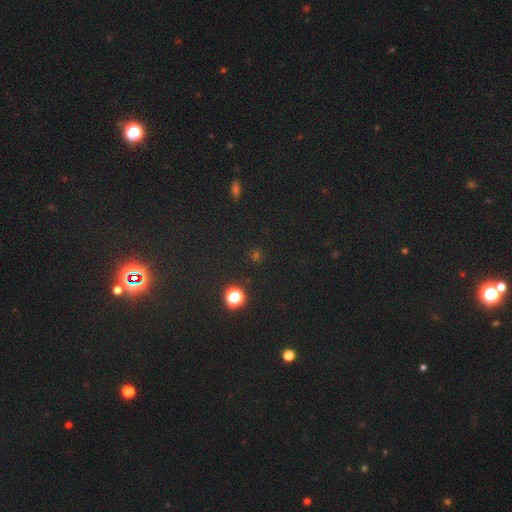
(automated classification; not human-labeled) Q: Smooth or featured?
A: star or artifact (52%); runner-up: smooth (42%)